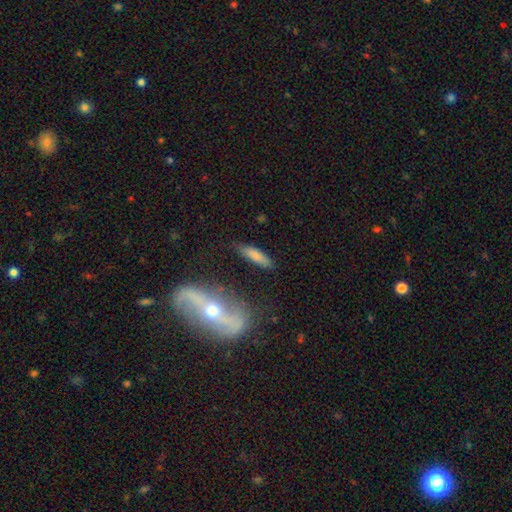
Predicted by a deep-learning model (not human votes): smooth 76%, featured or disk 17%, star or artifact 7%. Down the decision tree: how rounded — cigar-shaped (63%); merging — none (81%).